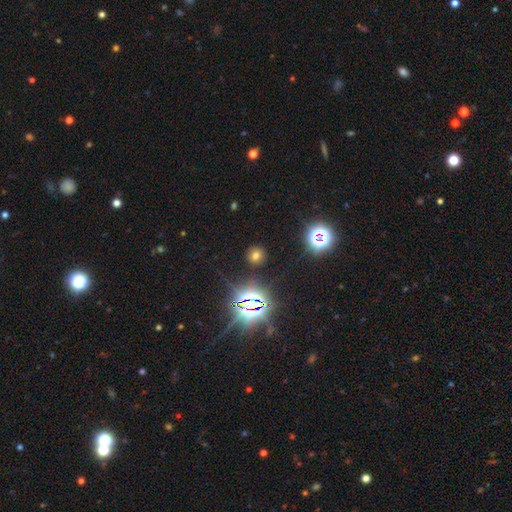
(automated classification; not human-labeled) smooth_or_featured: smooth (p=0.61) [alt: star or artifact p=0.31]
how_rounded: round (p=0.89) [alt: in between p=0.10]
merging: none (p=0.88) [alt: minor disturbance p=0.07]